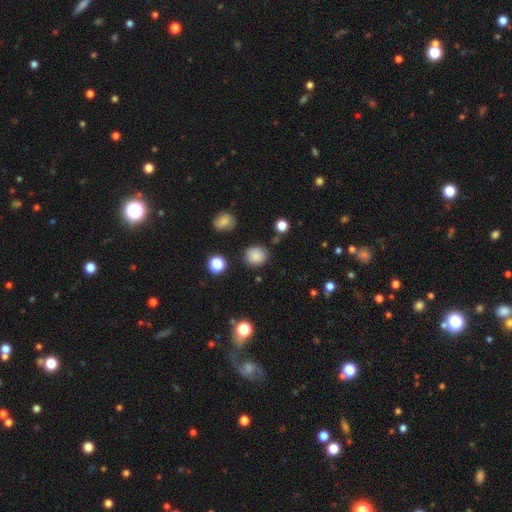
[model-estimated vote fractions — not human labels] A smooth galaxy with no disk features (83%) that is round (85%). Merging: none (84%).